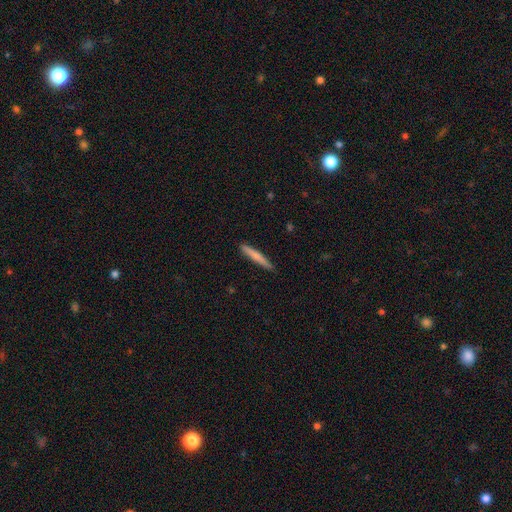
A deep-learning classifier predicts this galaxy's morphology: smooth-or-featured: smooth: 71% | featured or disk: 23% | star or artifact: 5%
  how-rounded: cigar-shaped: 95% | in between: 3% | round: 1%
  merging: none: 89% | minor disturbance: 9% | major disturbance: 1% | merger: 1%